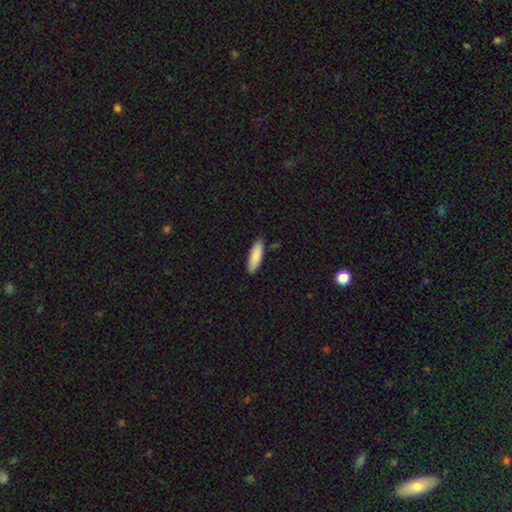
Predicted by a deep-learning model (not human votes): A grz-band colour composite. It shows a smooth galaxy with no disk features (86%) that is cigar-shaped (53%). Merging: none (86%).